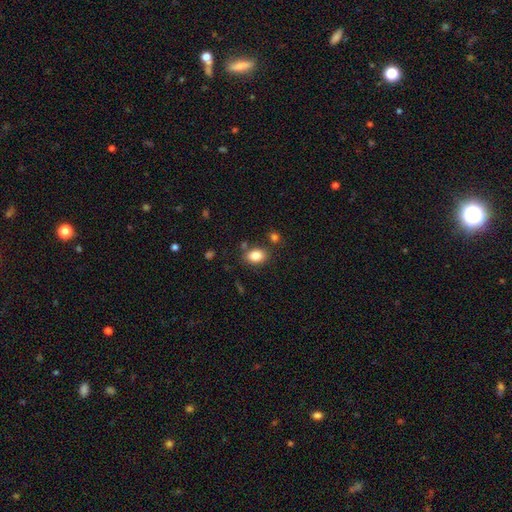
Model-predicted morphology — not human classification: smooth_or_featured: smooth (p=0.84) [alt: star or artifact p=0.09]
how_rounded: in between (p=0.77) [alt: round p=0.22]
merging: none (p=0.79) [alt: minor disturbance p=0.11]